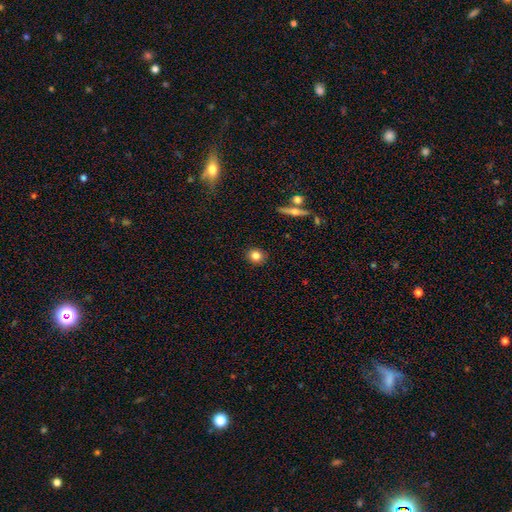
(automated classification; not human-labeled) The model was most divided on "smooth or featured": smooth: 82%, star or artifact: 10%, featured or disk: 9%. More confident: merging — none (90%); how rounded — round (86%).